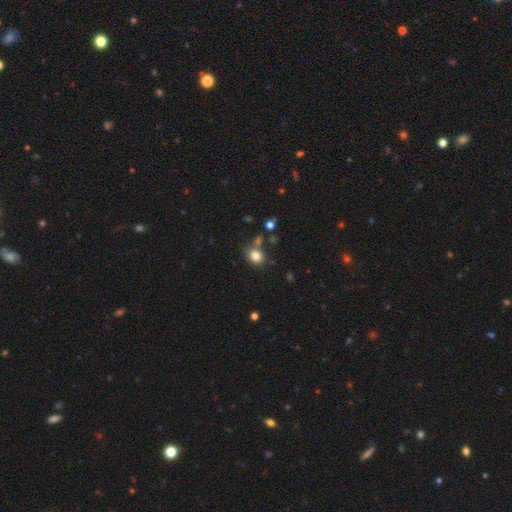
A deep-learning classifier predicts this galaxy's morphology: type=smooth (82%); roundness=round (58%); merging=none (70%).